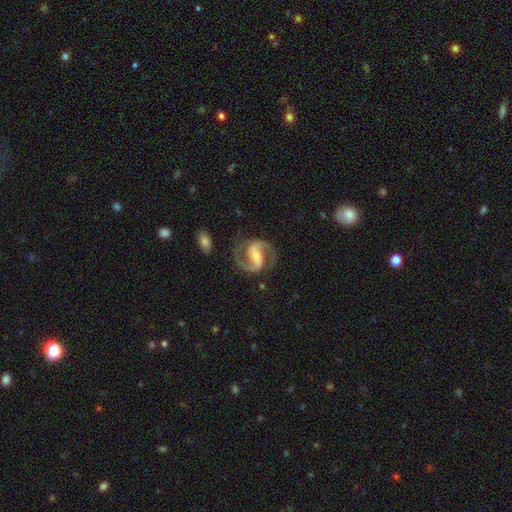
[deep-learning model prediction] A featured or disk galaxy (92%) with a strong bar (53%), 2 (94%) medium (64%) spiral arms (98%) and a small central bulge (50%). Merging: none (80%).